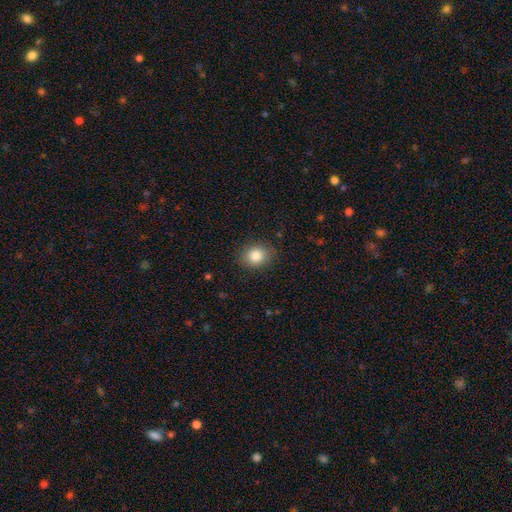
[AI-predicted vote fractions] Q: Smooth or featured?
A: smooth (84%); runner-up: star or artifact (10%)
Q: How rounded?
A: round (61%); runner-up: in between (38%)
Q: Merging?
A: none (87%); runner-up: minor disturbance (9%)